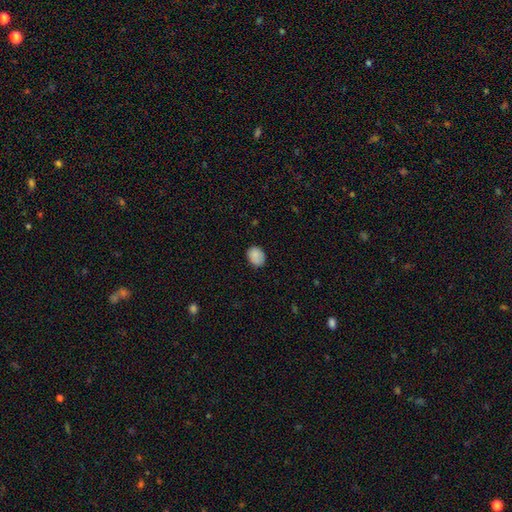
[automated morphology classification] A smooth galaxy with no disk features (87%) that is in between round and cigar-shaped (58%).

Vote fractions:
- Smooth or featured? smooth: 87% / star or artifact: 8% / featured or disk: 5%
- How rounded? in between: 58% / round: 41% / cigar-shaped: 1%
- Merging? none: 77% / minor disturbance: 19% / major disturbance: 3% / merger: 1%